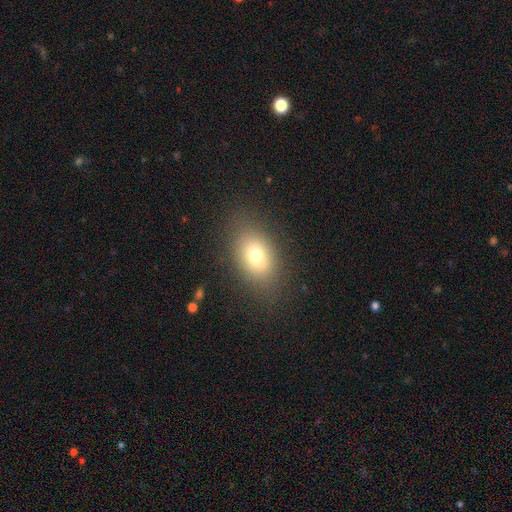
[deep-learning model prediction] Smooth or featured? smooth (74%)
How rounded? in between (79%)
Merging? none (83%)